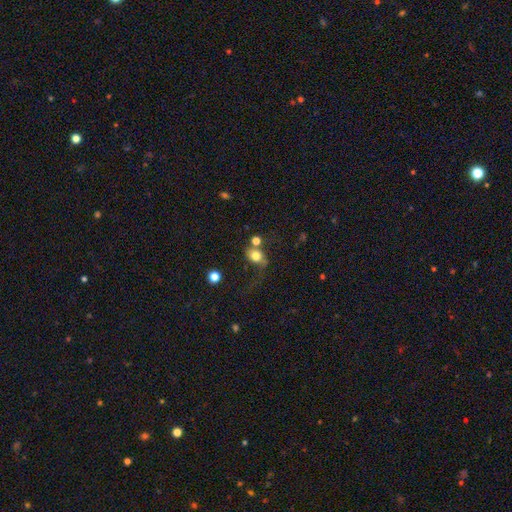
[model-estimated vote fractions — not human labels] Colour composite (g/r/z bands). It shows a smooth galaxy with no disk features (75%) that is round (52%). Merging: none (41%).